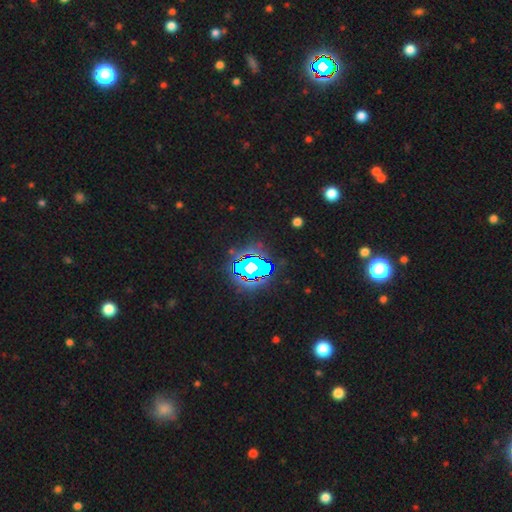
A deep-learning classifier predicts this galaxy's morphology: This appears to be a star or artifact, not a galaxy (83%).